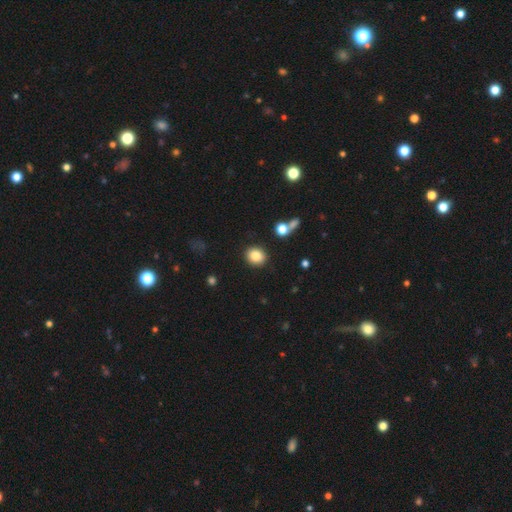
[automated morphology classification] type=smooth (85%); roundness=round (70%); merging=none (87%).